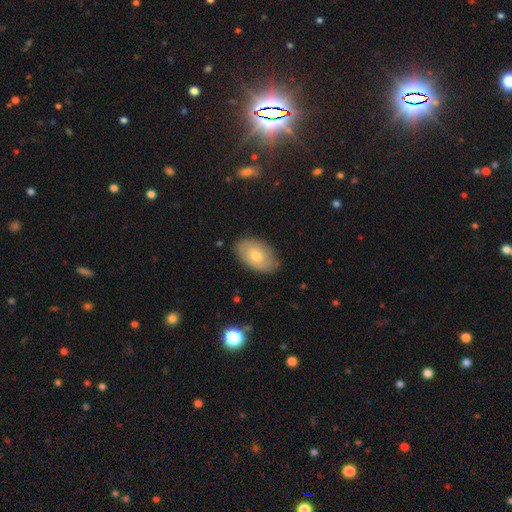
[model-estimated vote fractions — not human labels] Smooth or featured? smooth (66%)
How rounded? in between (92%)
Merging? none (84%)